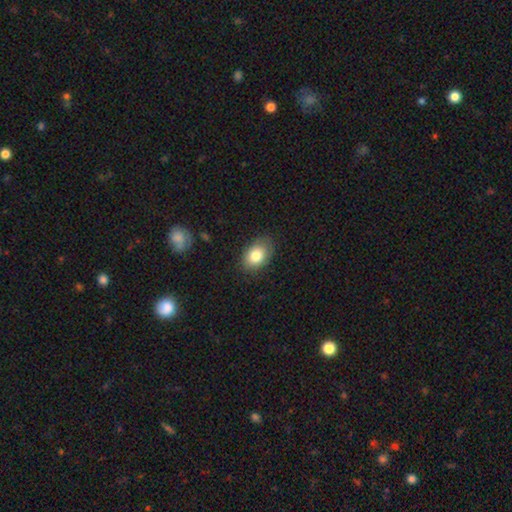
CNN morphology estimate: Smooth or featured? Predicted: smooth (p=0.81). How rounded? Predicted: in between (p=0.83). Merging? Predicted: none (p=0.82).